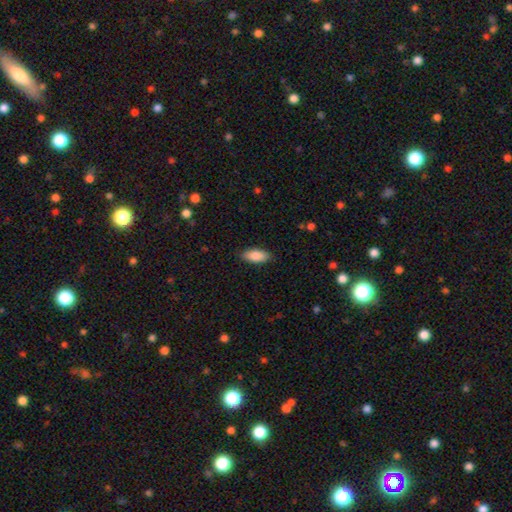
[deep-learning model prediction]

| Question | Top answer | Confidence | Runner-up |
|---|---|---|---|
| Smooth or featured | smooth | 87% | featured or disk (7%) |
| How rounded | in between | 89% | cigar-shaped (9%) |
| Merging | none | 87% | minor disturbance (10%) |